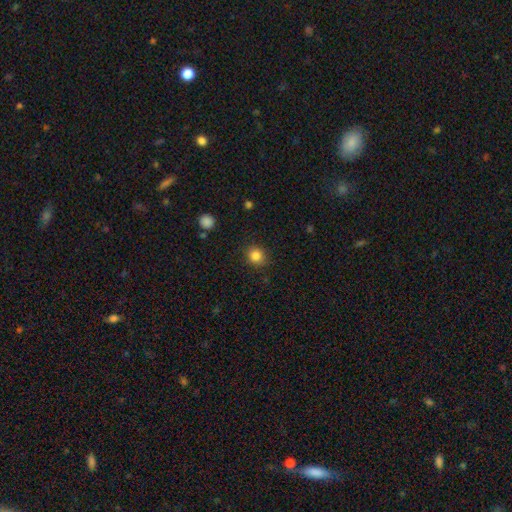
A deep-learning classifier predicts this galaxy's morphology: type=smooth (84%); roundness=round (85%); merging=none (89%).